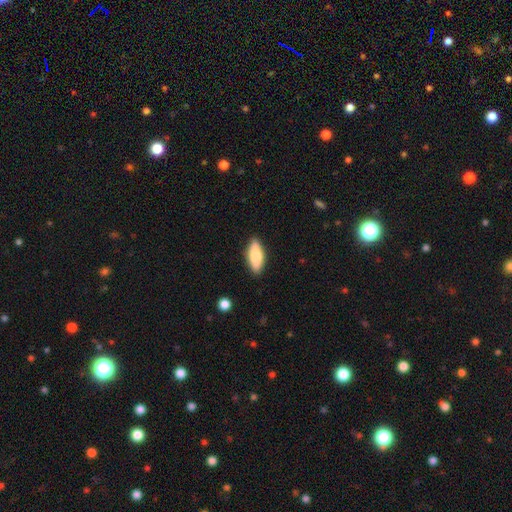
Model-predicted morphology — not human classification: Smooth or featured? smooth (77%)
How rounded? in between (75%)
Merging? none (87%)